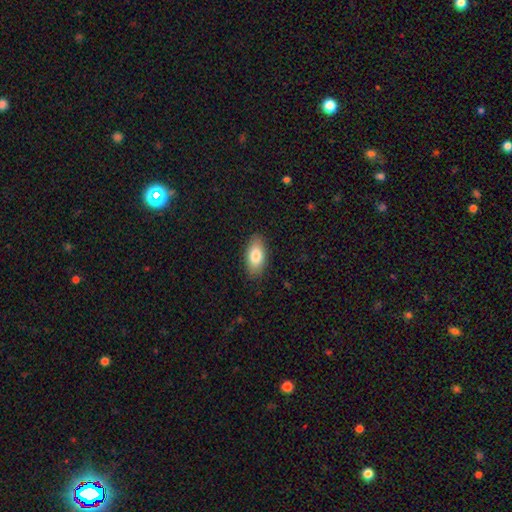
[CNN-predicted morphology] smooth_or_featured: smooth (p=0.81) [alt: featured or disk p=0.13]
how_rounded: in between (p=0.90) [alt: cigar-shaped p=0.06]
merging: none (p=0.87) [alt: minor disturbance p=0.10]